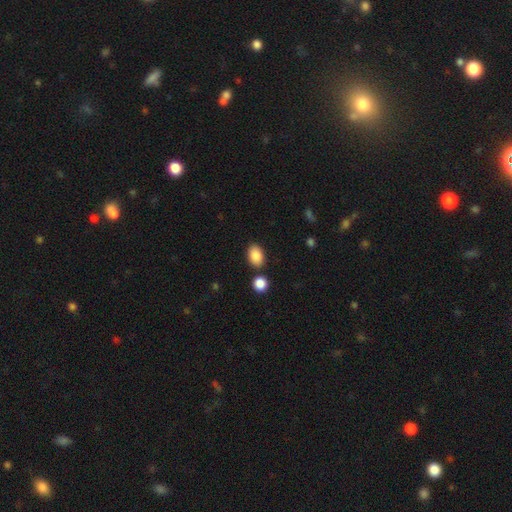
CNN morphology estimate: The model was most divided on "merging": none: 81%, minor disturbance: 9%, merger: 7%, major disturbance: 3%. More confident: smooth or featured — smooth (88%); how rounded — in between (85%).